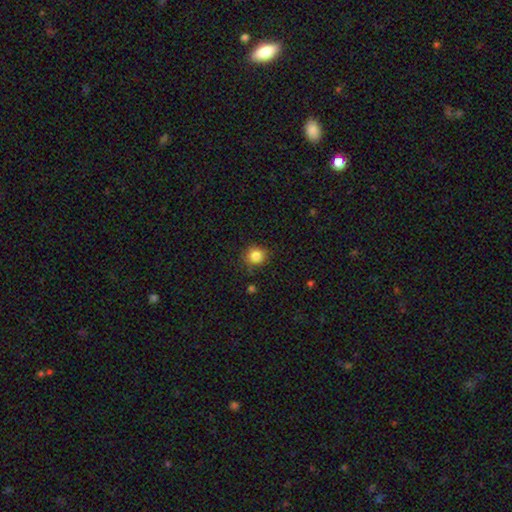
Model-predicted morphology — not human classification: A smooth galaxy with no disk features (85%) that is round (87%).

Vote fractions:
- Smooth or featured? smooth: 85% / star or artifact: 11% / featured or disk: 4%
- How rounded? round: 87% / in between: 12% / cigar-shaped: 1%
- Merging? none: 84% / minor disturbance: 11% / major disturbance: 3% / merger: 2%